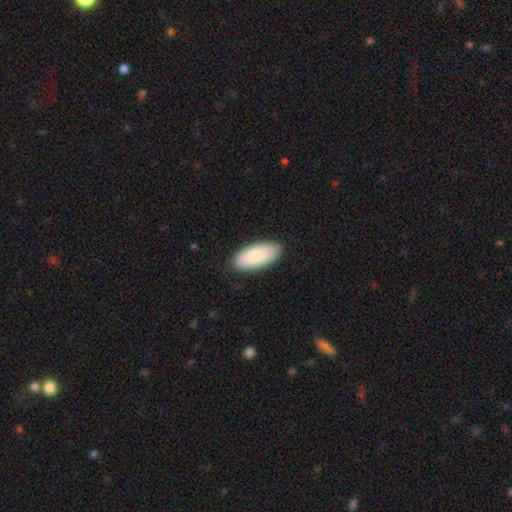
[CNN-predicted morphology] Smooth or featured?
  - smooth: 81% *
  - featured or disk: 13%
  - star or artifact: 6%
How rounded?
  - in between: 91% *
  - cigar-shaped: 7%
  - round: 2%
Merging?
  - none: 87% *
  - minor disturbance: 10%
  - major disturbance: 2%
  - merger: 1%